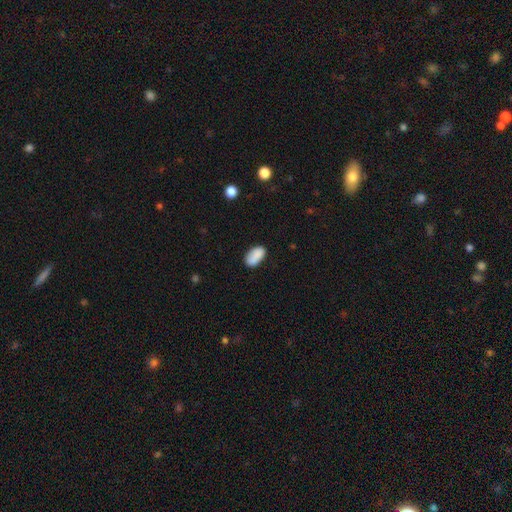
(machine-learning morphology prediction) A smooth galaxy with no disk features (86%) that is in between round and cigar-shaped (93%). Merging: none (75%).